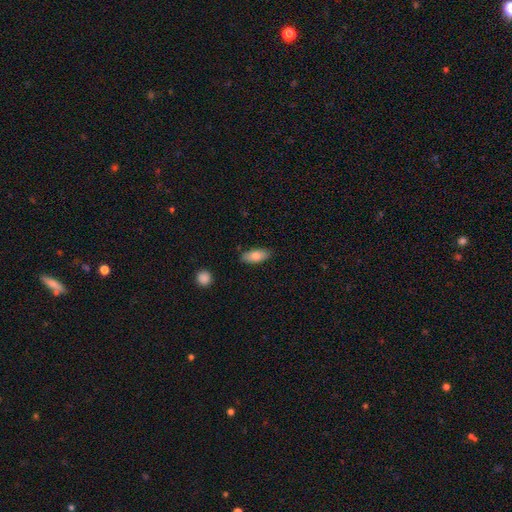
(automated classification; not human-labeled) Smooth or featured? Predicted: smooth (p=0.76). How rounded? Predicted: in between (p=0.83). Merging? Predicted: none (p=0.84).